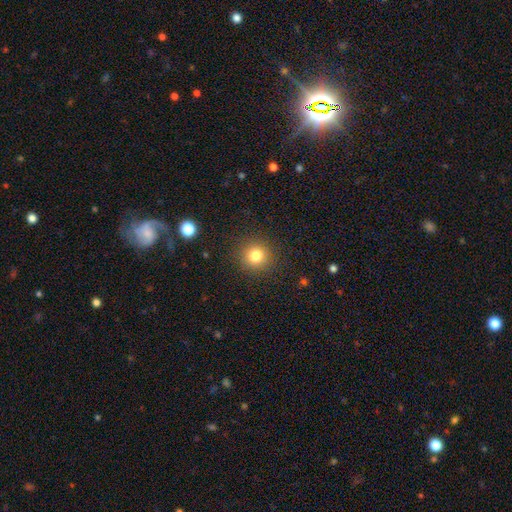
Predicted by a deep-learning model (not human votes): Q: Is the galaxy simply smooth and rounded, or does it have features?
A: smooth — 81%.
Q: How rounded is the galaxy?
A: round — 93%.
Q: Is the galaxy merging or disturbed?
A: none — 90%.